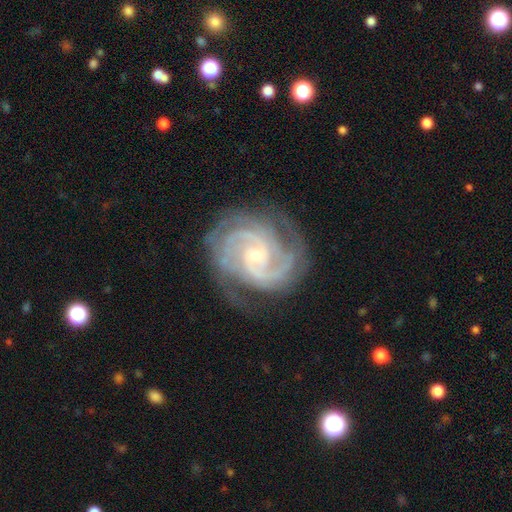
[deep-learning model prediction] Smooth or featured: featured or disk — 93% (star or artifact — 4%)
Edge-on disk: no — 98% (yes — 2%)
Bar: no — 57% (weak — 34%)
Spiral arms: yes — 99% (no — 1%)
Spiral winding: tight — 62% (medium — 34%)
Spiral arm count: 2 — 43% (3 — 28%)
Bulge size: small — 62% (moderate — 35%)
Merging: none — 75% (minor disturbance — 17%)